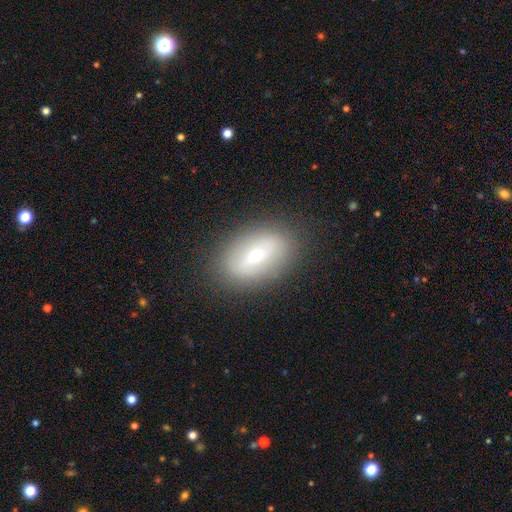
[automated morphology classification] Q: Smooth or featured?
A: smooth (52%); runner-up: featured or disk (39%)
Q: How rounded?
A: in between (84%); runner-up: round (12%)
Q: Merging?
A: none (84%); runner-up: minor disturbance (11%)